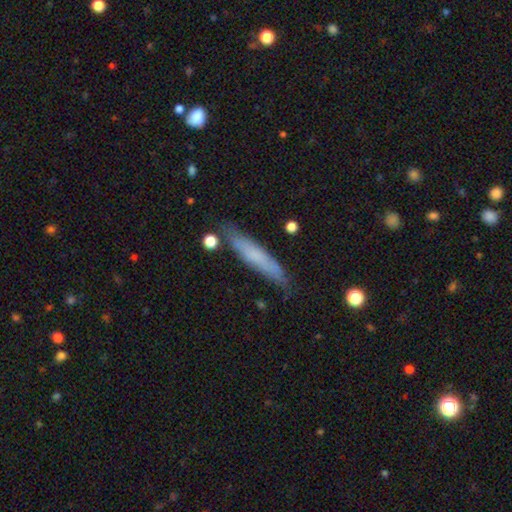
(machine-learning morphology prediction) Smooth or featured?
  - smooth: 63% *
  - featured or disk: 30%
  - star or artifact: 7%
How rounded?
  - cigar-shaped: 89% *
  - in between: 9%
  - round: 2%
Merging?
  - none: 78% *
  - minor disturbance: 16%
  - major disturbance: 3%
  - merger: 3%